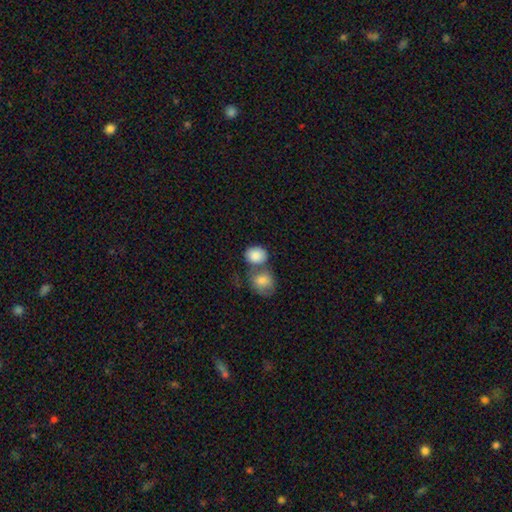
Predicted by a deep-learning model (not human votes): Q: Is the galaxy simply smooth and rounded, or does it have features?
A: smooth — 86%.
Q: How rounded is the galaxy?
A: round — 57%.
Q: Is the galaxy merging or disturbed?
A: merger — 46%.